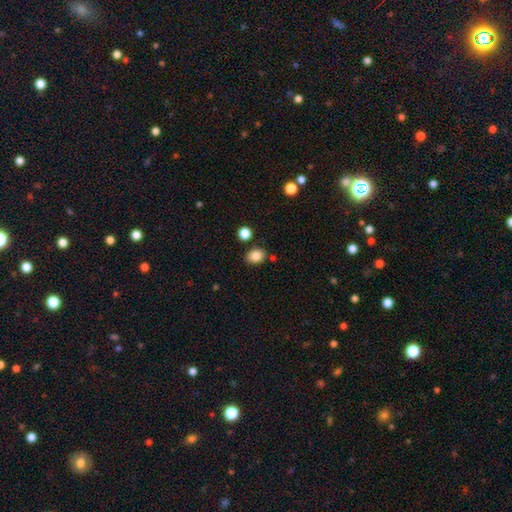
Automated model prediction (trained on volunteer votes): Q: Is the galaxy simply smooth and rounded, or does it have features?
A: smooth — 85%.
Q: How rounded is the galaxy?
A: in between — 60%.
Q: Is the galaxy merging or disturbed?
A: none — 80%.